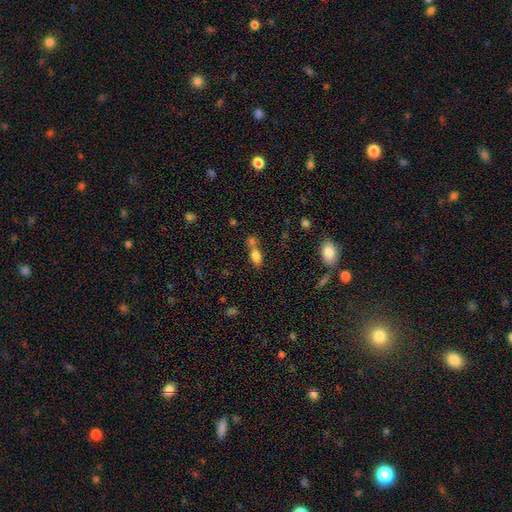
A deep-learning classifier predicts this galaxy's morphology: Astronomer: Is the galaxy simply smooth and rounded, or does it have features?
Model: smooth — 78%.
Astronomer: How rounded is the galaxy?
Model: in between — 80%.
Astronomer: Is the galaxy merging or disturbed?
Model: merger — 44% (runner-up: none, 38%).